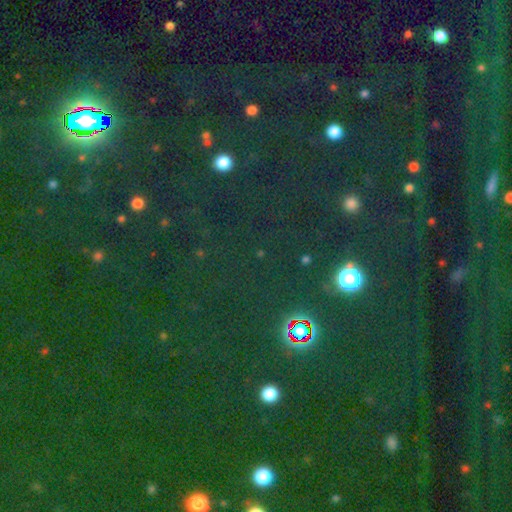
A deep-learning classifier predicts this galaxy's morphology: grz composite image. It shows a star or artifact, not a galaxy (79%).